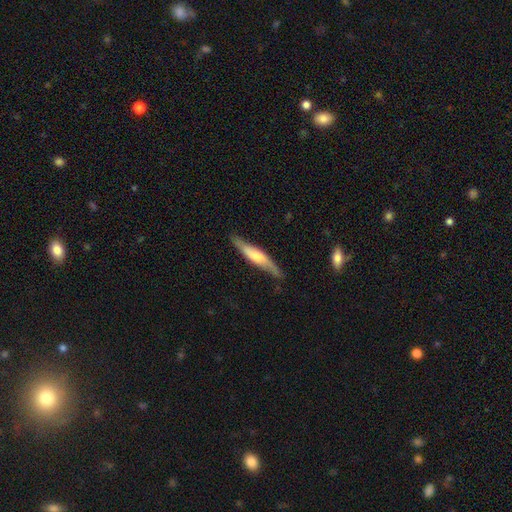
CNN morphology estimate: Smooth or featured: featured or disk — 57% (smooth — 38%)
Edge-on disk: yes — 78% (no — 22%)
Merging: none — 78% (minor disturbance — 17%)